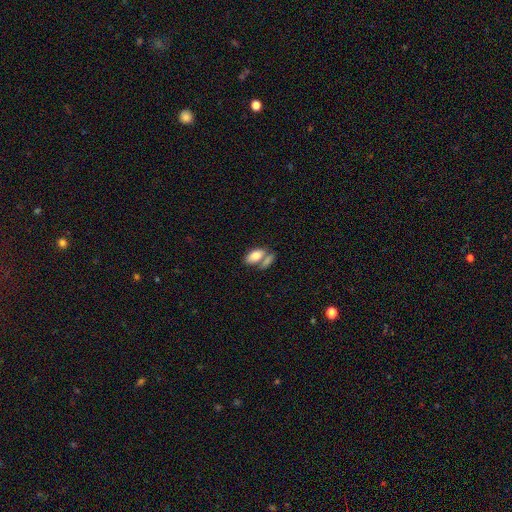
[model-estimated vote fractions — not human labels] Smooth or featured? smooth (78%)
How rounded? in between (90%)
Merging? none (42%)